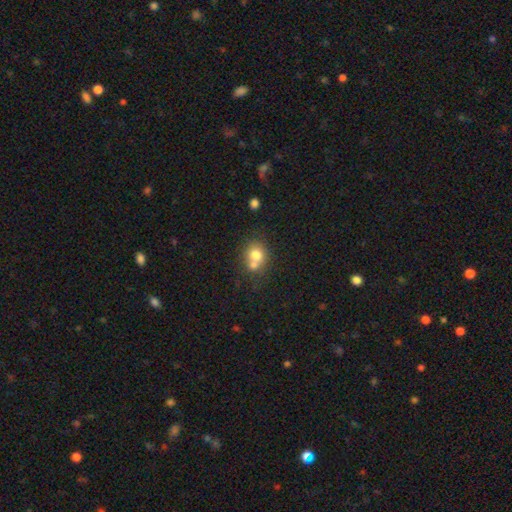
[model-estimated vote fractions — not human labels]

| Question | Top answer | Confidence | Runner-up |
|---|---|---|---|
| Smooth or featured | smooth | 74% | featured or disk (15%) |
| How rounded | round | 73% | in between (26%) |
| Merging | merger | 47% | none (41%) |